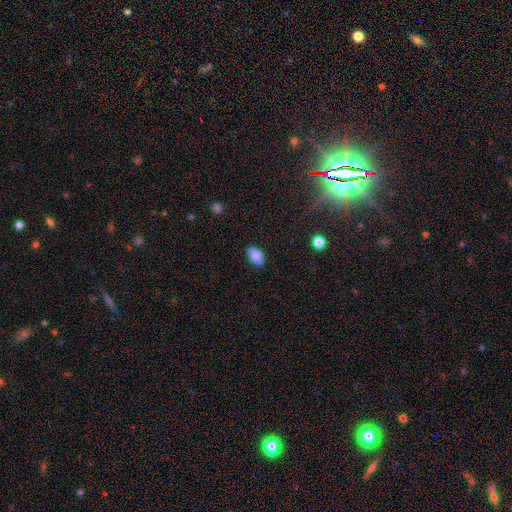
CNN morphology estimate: Smooth or featured: smooth — 78% (featured or disk — 14%)
How rounded: in between — 89% (round — 9%)
Merging: none — 73% (minor disturbance — 22%)